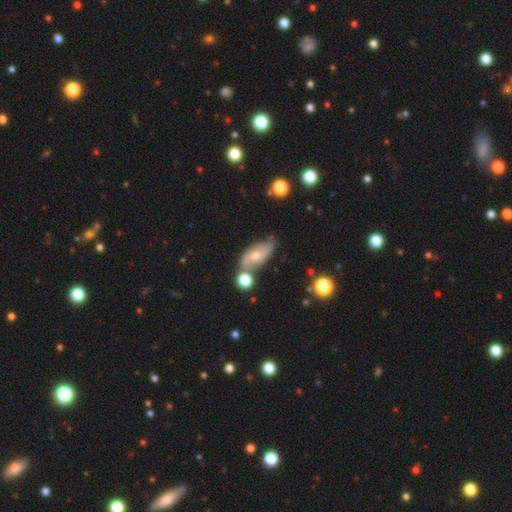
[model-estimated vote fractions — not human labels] This is possibly a featured or disk galaxy (59%). It is clearly not viewed edge-on (89%). Bar: possibly no (57%). Spiral arm pattern: likely yes (76%). Central bulge: possibly moderate (51%). Merging: possibly none (52%).